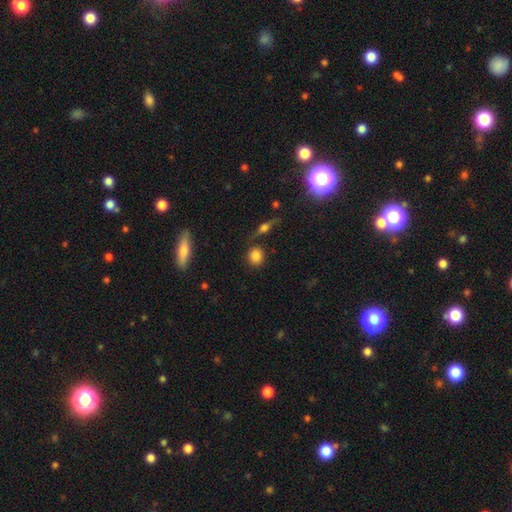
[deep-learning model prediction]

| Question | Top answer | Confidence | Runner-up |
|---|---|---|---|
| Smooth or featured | smooth | 84% | star or artifact (9%) |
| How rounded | round | 78% | in between (19%) |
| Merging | none | 79% | minor disturbance (11%) |